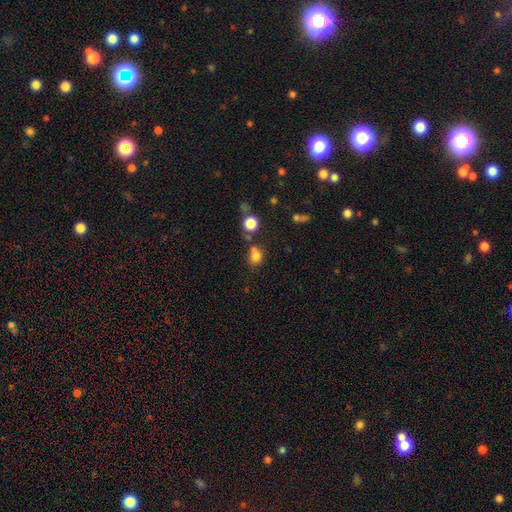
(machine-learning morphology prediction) A smooth galaxy with no disk features (77%) that is round (65%).

Vote fractions:
- Smooth or featured? smooth: 77% / star or artifact: 15% / featured or disk: 9%
- How rounded? round: 65% / in between: 34% / cigar-shaped: 1%
- Merging? none: 51% / merger: 27% / minor disturbance: 15% / major disturbance: 7%